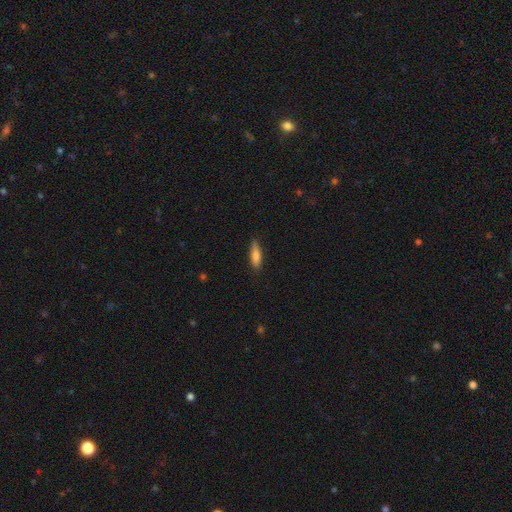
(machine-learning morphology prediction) type=smooth (79%); roundness=cigar-shaped (62%); merging=none (84%).